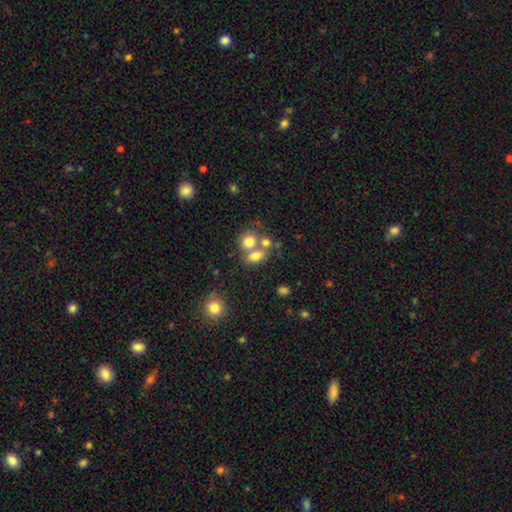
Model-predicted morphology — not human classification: Smooth or featured? Predicted: smooth (p=0.73). How rounded? Predicted: in between (p=0.59). Merging? Predicted: merger (p=0.44).